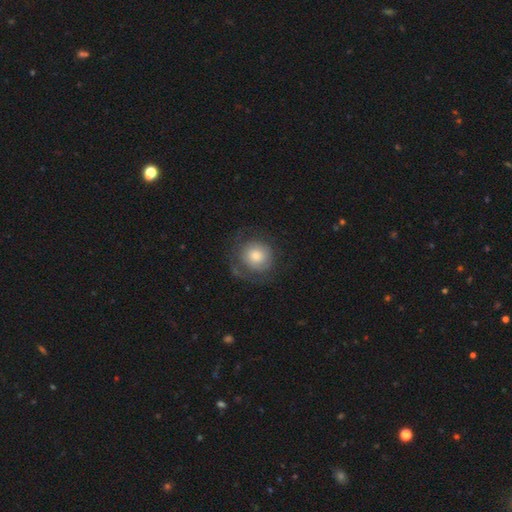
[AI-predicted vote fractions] The model was most divided on "smooth or featured": smooth: 55%, featured or disk: 36%, star or artifact: 9%. More confident: how rounded — round (90%); merging — none (65%).